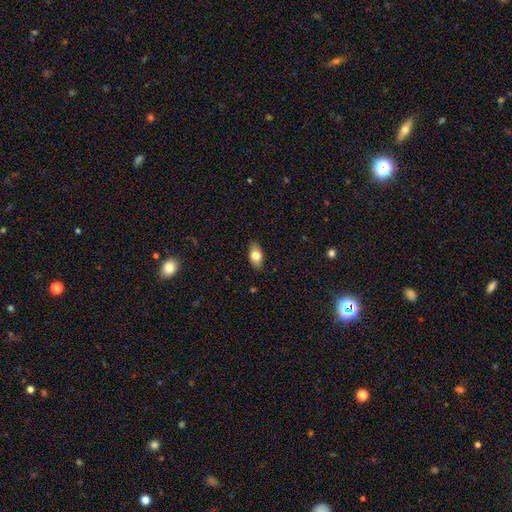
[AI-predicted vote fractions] This is likely a smooth galaxy (79%). How rounded: clearly in between (89%). Merging: clearly none (86%).